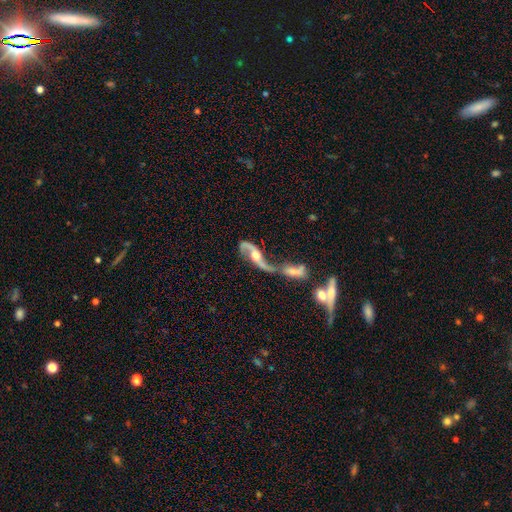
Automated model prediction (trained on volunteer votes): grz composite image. It shows a featured or disk galaxy (84%) with no bar (55%), 2 (88%) loose (84%) spiral arms (91%) and a moderate central bulge (64%). Merging: merger (53%).